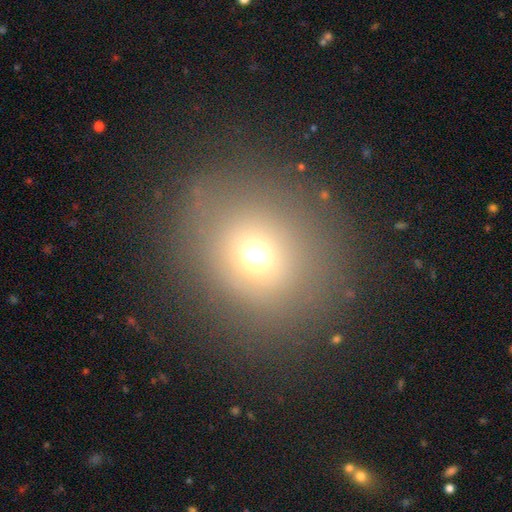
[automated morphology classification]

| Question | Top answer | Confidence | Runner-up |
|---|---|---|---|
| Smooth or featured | smooth | 65% | star or artifact (21%) |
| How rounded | round | 79% | in between (20%) |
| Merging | none | 79% | minor disturbance (11%) |